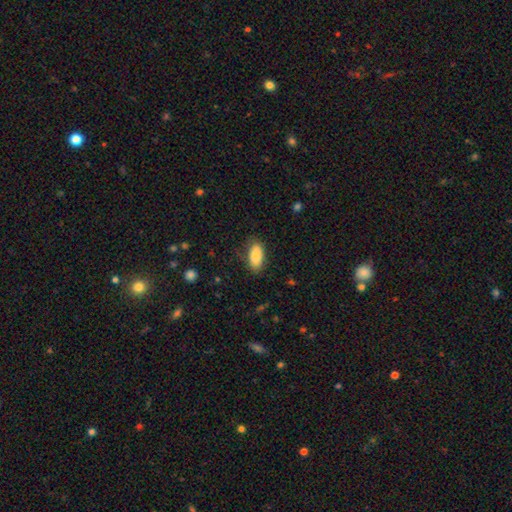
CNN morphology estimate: type=smooth (84%); roundness=in between (92%); merging=none (78%).